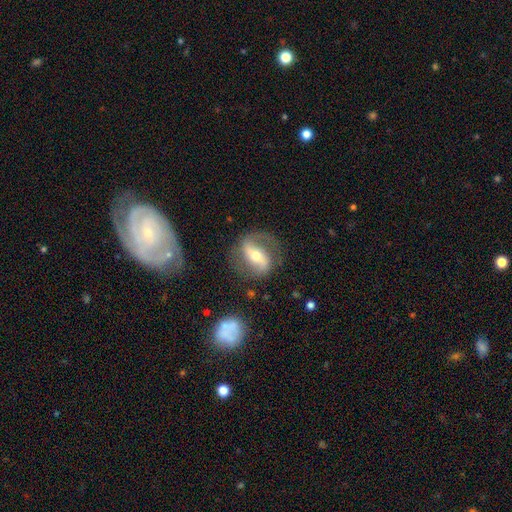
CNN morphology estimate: Overall: featured or disk (79%). Edge-on disk: no (92%). Bar: strong (59%; weak 26%). Spiral arms: yes (86%). Spiral arm count: 2 (84%). Spiral winding: medium (41%; loose 40%). Bulge size: moderate (61%; small 32%). Merging: none (74%).